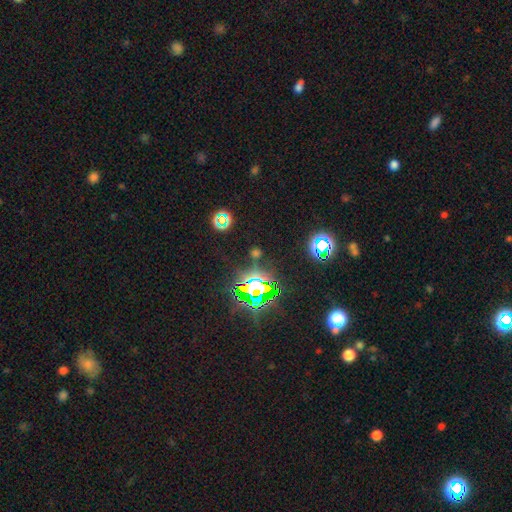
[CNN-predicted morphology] The model was most divided on "smooth or featured": star or artifact: 78%, smooth: 14%, featured or disk: 8%.